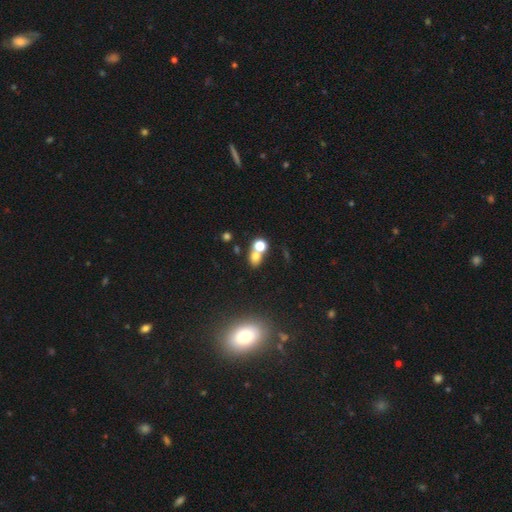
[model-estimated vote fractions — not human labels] Morphology: type=smooth (68%); roundness=round (57%); merging=merger (47%).